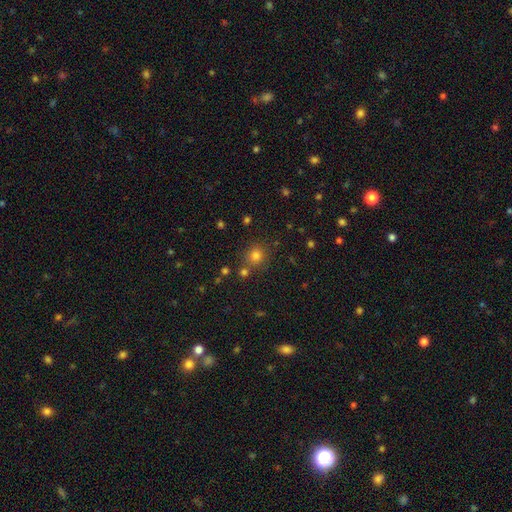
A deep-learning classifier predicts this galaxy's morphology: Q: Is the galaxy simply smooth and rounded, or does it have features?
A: smooth — 78%.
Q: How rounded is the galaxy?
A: round — 89%.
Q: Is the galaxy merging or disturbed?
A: none — 78%.